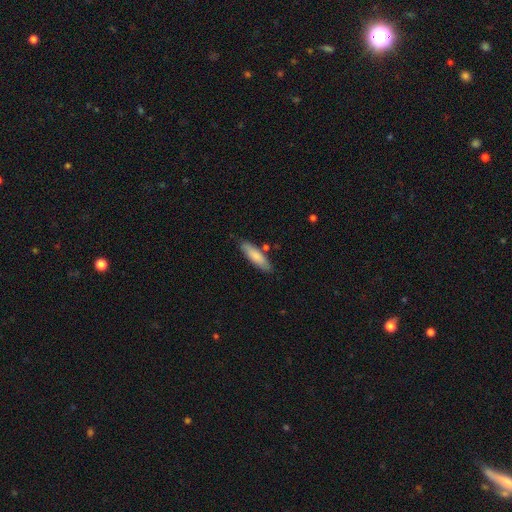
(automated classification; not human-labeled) Overall: smooth (81%). How rounded: cigar-shaped (59%; in between 40%). Merging: none (80%).